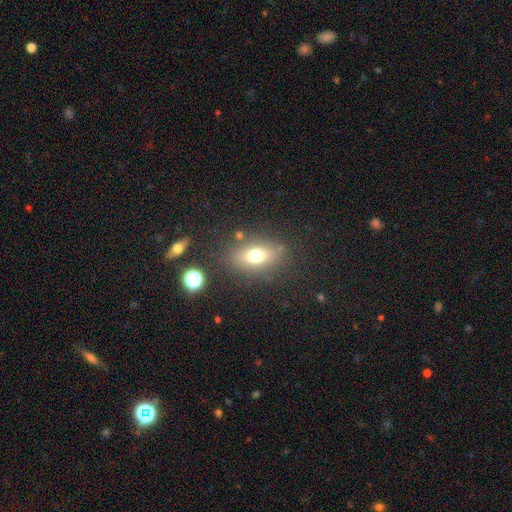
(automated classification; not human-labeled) Smooth or featured? Predicted: smooth (p=0.68). How rounded? Predicted: in between (p=0.73). Merging? Predicted: none (p=0.79).